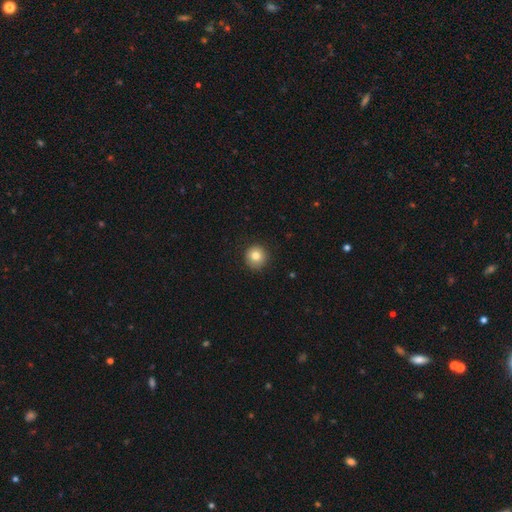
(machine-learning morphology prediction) Smooth or featured? Predicted: smooth (p=0.82). How rounded? Predicted: round (p=0.94). Merging? Predicted: none (p=0.89).